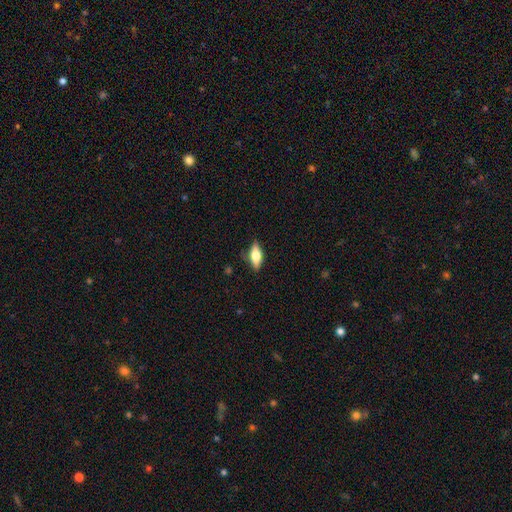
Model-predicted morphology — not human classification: Smooth or featured? Predicted: smooth (p=0.56). How rounded? Predicted: in between (p=0.73). Merging? Predicted: none (p=0.81).